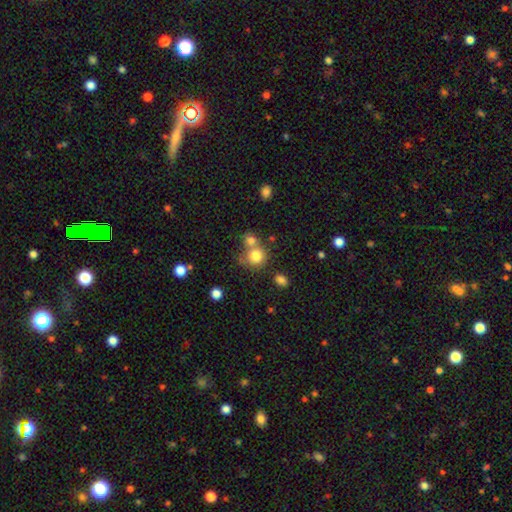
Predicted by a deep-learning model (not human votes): smooth 79%, star or artifact 11%, featured or disk 10%. Down the decision tree: how rounded — round (83%); merging — none (47%).